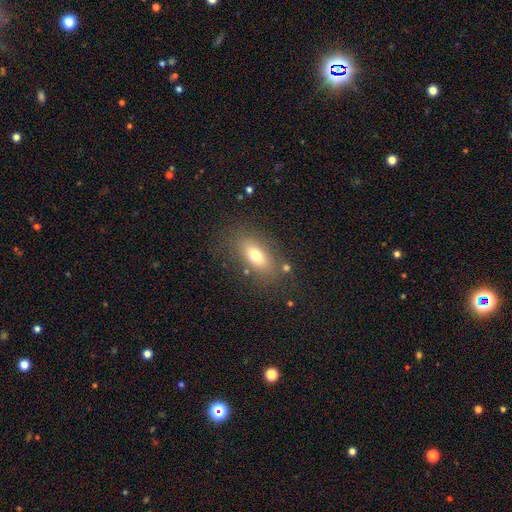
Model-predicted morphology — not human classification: This appears to be a smooth galaxy with no disk features (72%) that is in between round and cigar-shaped (83%). Merging: none (78%).